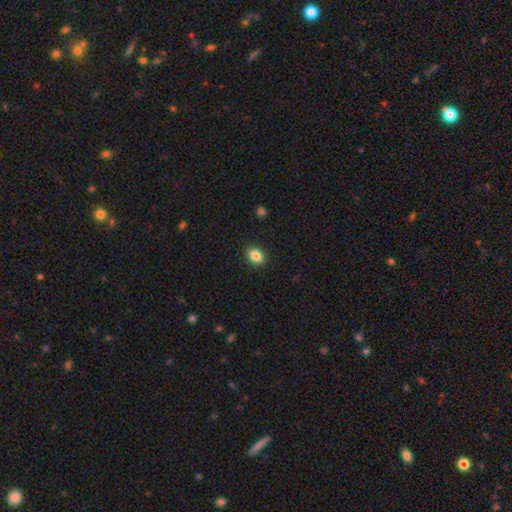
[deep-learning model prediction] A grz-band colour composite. It shows a smooth galaxy with no disk features (87%) that is in between round and cigar-shaped (71%). Merging: none (90%).